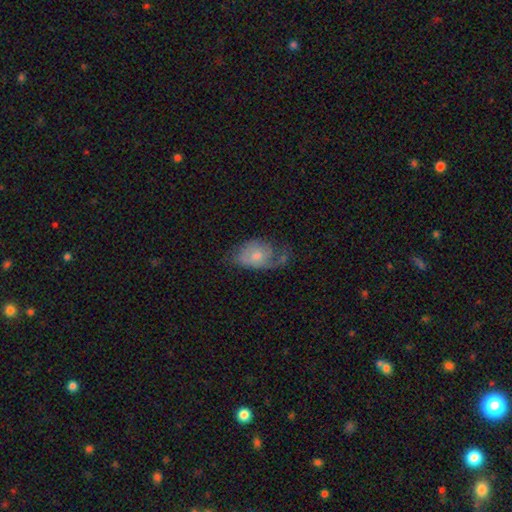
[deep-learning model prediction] Smooth or featured? Predicted: smooth (p=0.48). Merging? Predicted: major disturbance (p=0.33).